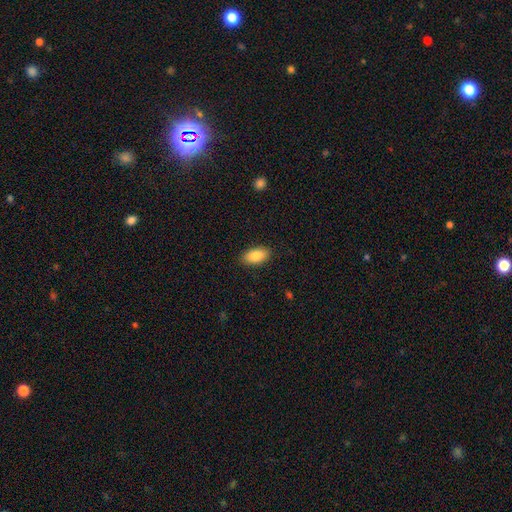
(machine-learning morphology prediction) Q: Smooth or featured?
A: smooth (84%); runner-up: featured or disk (9%)
Q: How rounded?
A: in between (93%); runner-up: cigar-shaped (4%)
Q: Merging?
A: none (89%); runner-up: minor disturbance (8%)